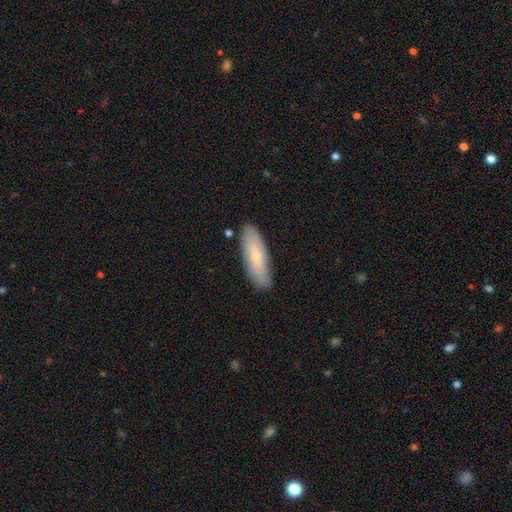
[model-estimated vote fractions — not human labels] A smooth galaxy with no disk features (66%) that is in between round and cigar-shaped (55%).

Vote fractions:
- Smooth or featured? smooth: 66% / featured or disk: 27% / star or artifact: 6%
- How rounded? in between: 55% / cigar-shaped: 43% / round: 2%
- Merging? none: 85% / minor disturbance: 11% / major disturbance: 2% / merger: 1%